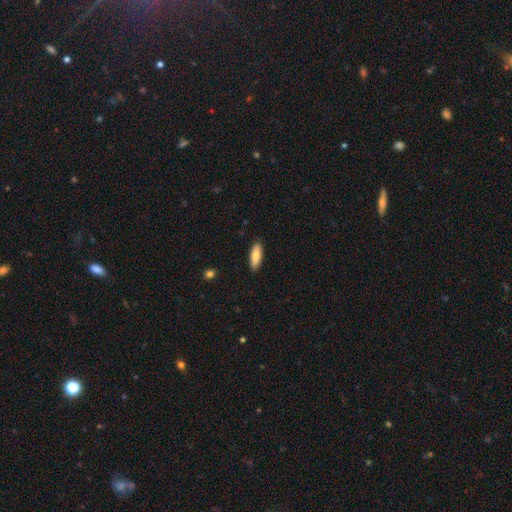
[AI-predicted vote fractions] Smooth or featured? smooth (84%)
How rounded? in between (59%)
Merging? none (89%)